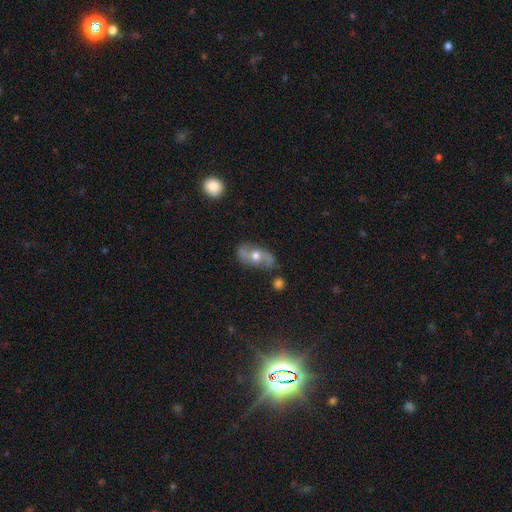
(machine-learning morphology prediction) Overall: featured or disk (70%). Edge-on disk: no (91%). Bar: no (60%; weak 27%). Spiral arms: yes (83%). Spiral arm count: 2 (91%). Spiral winding: loose (71%). Bulge size: moderate (75%). Merging: none (70%).